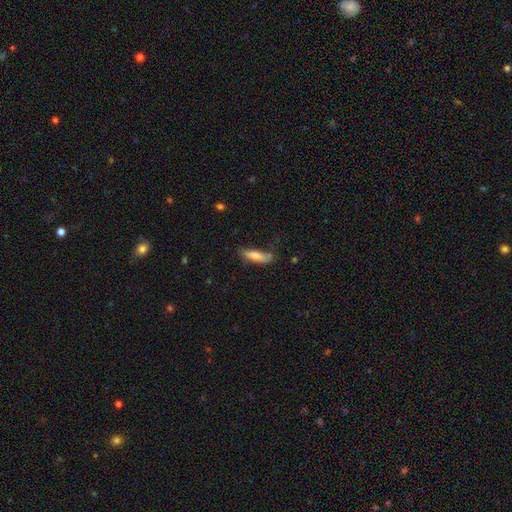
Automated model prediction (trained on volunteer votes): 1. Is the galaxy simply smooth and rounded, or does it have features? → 75% smooth, 19% featured or disk, 7% star or artifact.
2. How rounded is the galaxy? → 61% cigar-shaped, 37% in between, 2% round.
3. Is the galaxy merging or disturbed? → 59% none, 28% minor disturbance, 10% major disturbance, 3% merger.